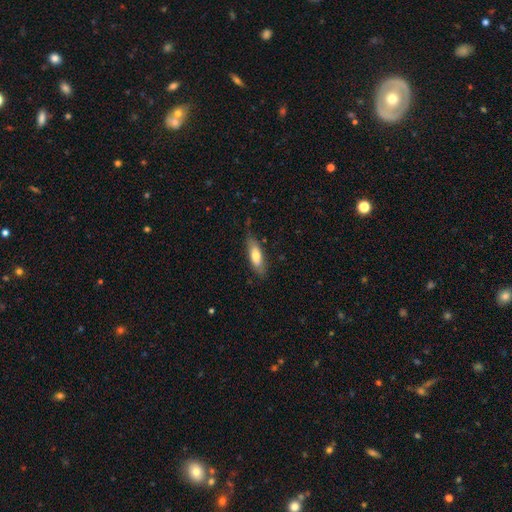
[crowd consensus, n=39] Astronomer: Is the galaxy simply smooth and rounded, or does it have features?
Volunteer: smooth — 62%.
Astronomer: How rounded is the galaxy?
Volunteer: cigar-shaped — 50% (runner-up: in between, 46%).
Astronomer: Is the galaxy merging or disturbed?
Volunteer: none — 66%.